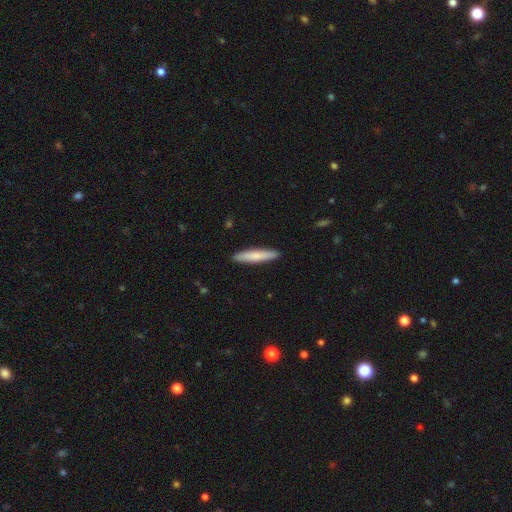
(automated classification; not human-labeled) Morphology: type=smooth (76%); roundness=cigar-shaped (92%); merging=none (91%).